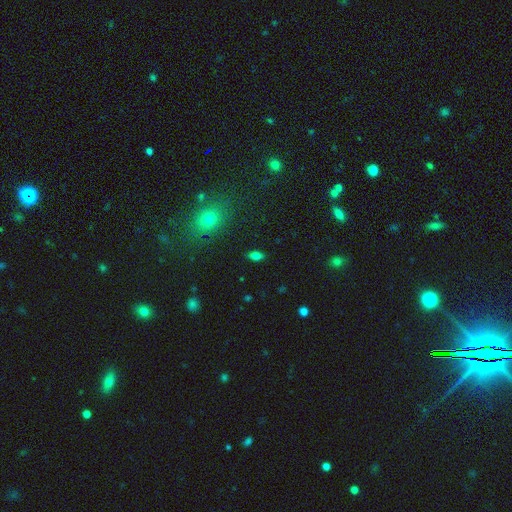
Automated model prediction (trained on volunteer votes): This appears to be a smooth galaxy with no disk features (74%) that is in between round and cigar-shaped (86%). Merging: none (87%).